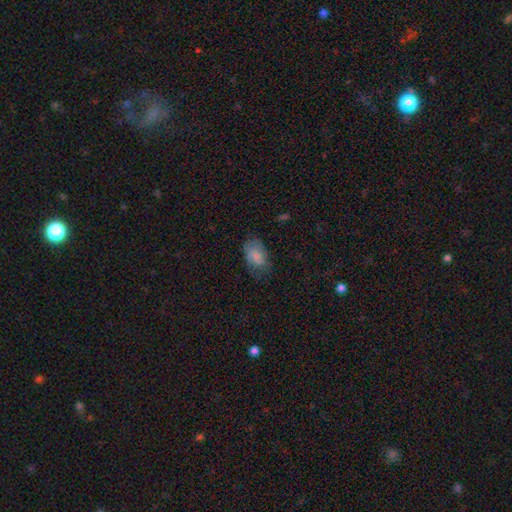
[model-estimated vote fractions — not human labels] smooth-or-featured: smooth: 74% | featured or disk: 18% | star or artifact: 8%
  how-rounded: in between: 89% | round: 10% | cigar-shaped: 1%
  merging: none: 61% | minor disturbance: 27% | major disturbance: 11% | merger: 1%